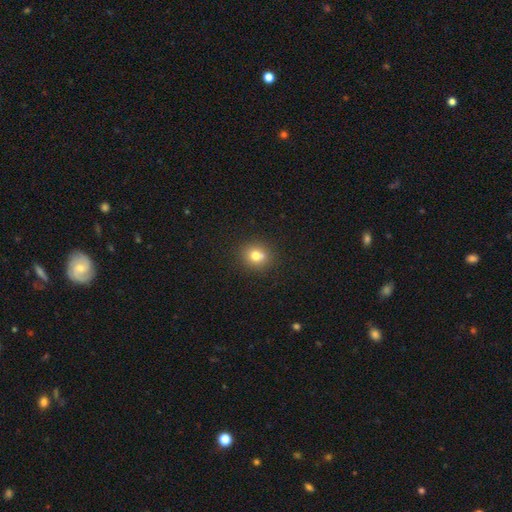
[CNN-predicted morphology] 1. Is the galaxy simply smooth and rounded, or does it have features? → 74% smooth, 13% star or artifact, 13% featured or disk.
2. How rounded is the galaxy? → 81% round, 18% in between, 1% cigar-shaped.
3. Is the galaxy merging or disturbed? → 67% none, 19% merger, 11% minor disturbance, 3% major disturbance.